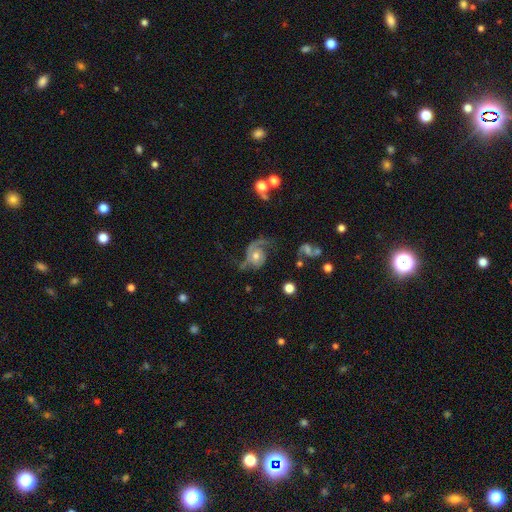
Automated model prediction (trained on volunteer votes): This appears to be a featured or disk galaxy (78%) with no bar (74%), 2 (56%) medium (41%) spiral arms (91%) and a moderate central bulge (66%). Merging: none (38%).